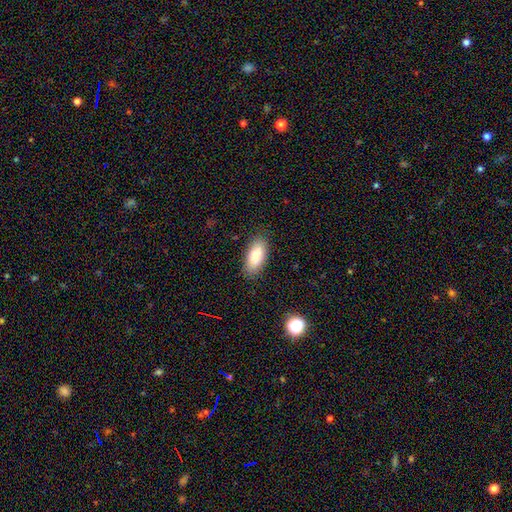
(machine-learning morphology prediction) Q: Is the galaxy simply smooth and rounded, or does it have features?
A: smooth — 85%.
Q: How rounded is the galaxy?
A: in between — 87%.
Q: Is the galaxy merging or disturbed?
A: none — 86%.